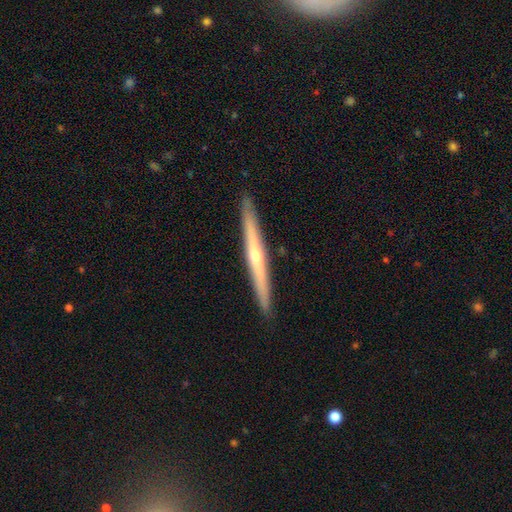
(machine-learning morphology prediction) A featured or disk galaxy (71%) viewed edge-on (97%) with a rounded central bulge (70%). Merging: none (92%).